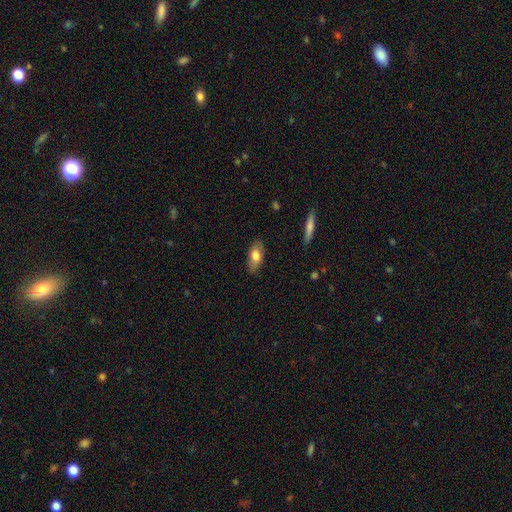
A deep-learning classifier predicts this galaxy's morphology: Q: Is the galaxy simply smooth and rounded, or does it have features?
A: smooth — 70%.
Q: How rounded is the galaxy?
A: in between — 87%.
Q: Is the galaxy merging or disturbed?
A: none — 83%.